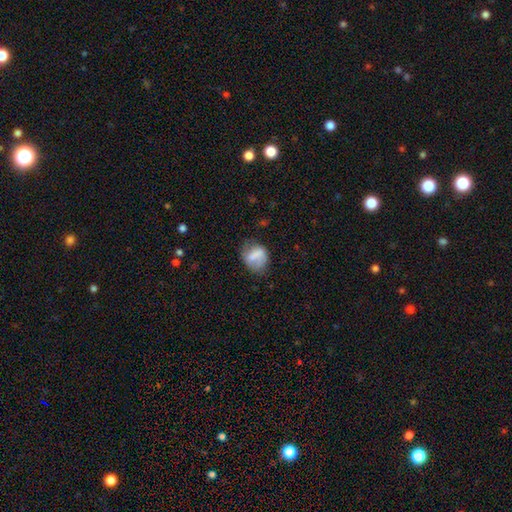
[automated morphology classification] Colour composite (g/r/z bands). It shows a smooth galaxy with no disk features (64%) that is round (50%). Merging: none (55%).